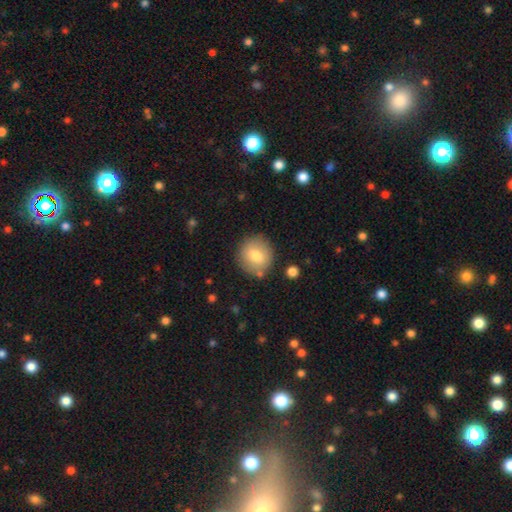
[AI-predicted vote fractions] Smooth or featured?
  - smooth: 76% *
  - featured or disk: 16%
  - star or artifact: 8%
How rounded?
  - round: 86% *
  - in between: 13%
  - cigar-shaped: 1%
Merging?
  - none: 83% *
  - minor disturbance: 10%
  - merger: 4%
  - major disturbance: 3%